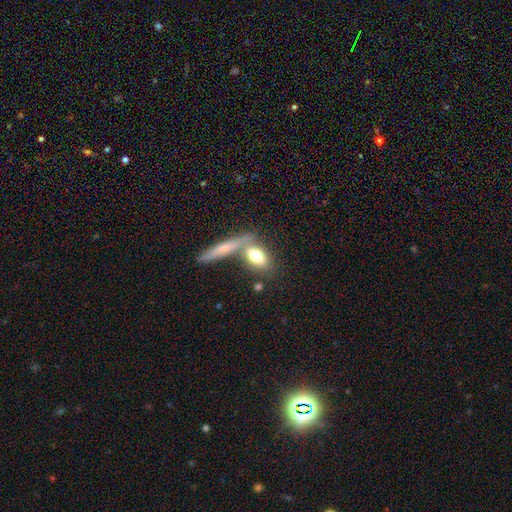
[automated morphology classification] smooth_or_featured: smooth (p=0.73) [alt: featured or disk p=0.20]
how_rounded: in between (p=0.73) [alt: cigar-shaped p=0.18]
merging: none (p=0.51) [alt: merger p=0.32]